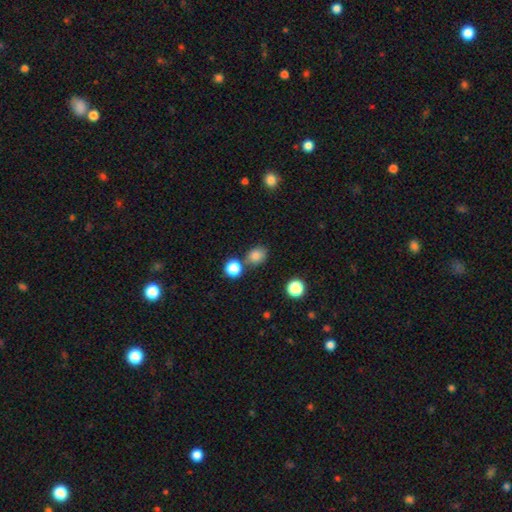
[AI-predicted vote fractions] smooth 81%, star or artifact 13%, featured or disk 6%. Down the decision tree: how rounded — in between (50%); merging — none (69%).